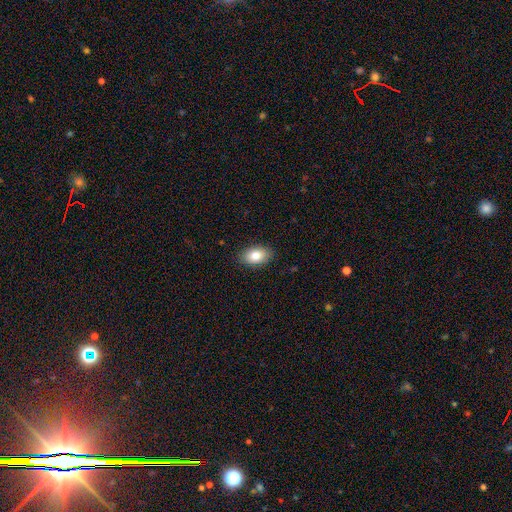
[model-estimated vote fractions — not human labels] Smooth or featured? Predicted: smooth (p=0.83). How rounded? Predicted: in between (p=0.89). Merging? Predicted: none (p=0.87).